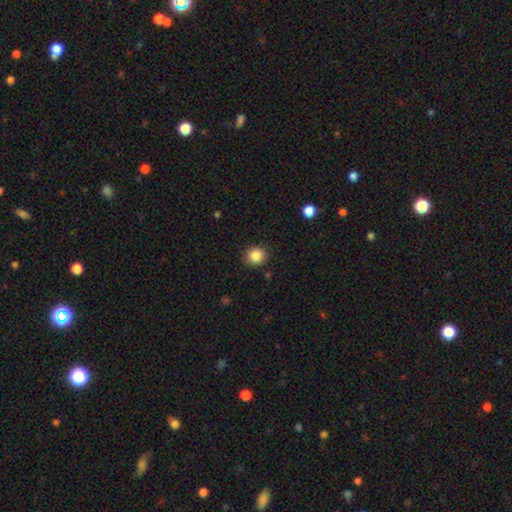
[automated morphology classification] smooth_or_featured: smooth (p=0.86) [alt: star or artifact p=0.10]
how_rounded: round (p=0.86) [alt: in between p=0.13]
merging: none (p=0.89) [alt: minor disturbance p=0.08]